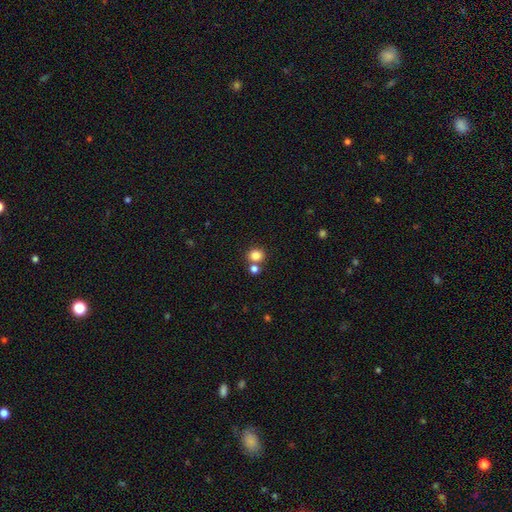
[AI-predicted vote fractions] This is clearly a smooth galaxy (82%). How rounded: clearly round (82%). Merging: likely none (65%).